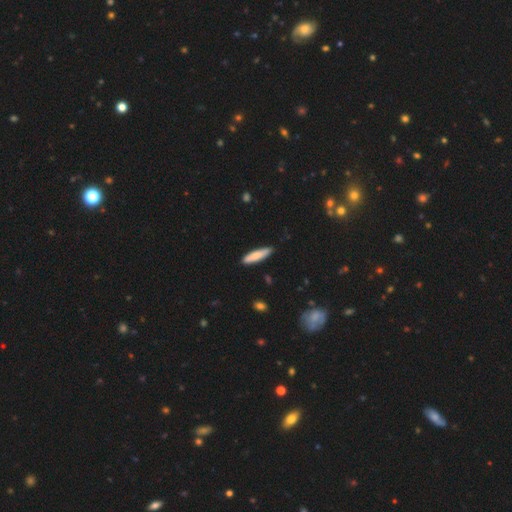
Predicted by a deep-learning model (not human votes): A smooth galaxy with no disk features (79%) that is cigar-shaped (80%). Merging: none (86%).